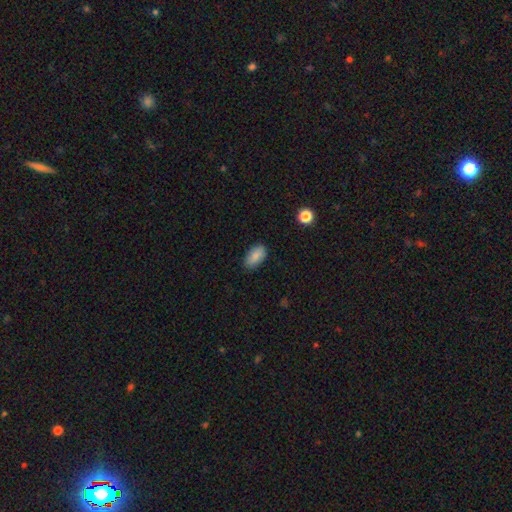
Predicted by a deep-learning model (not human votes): Q: Smooth or featured?
A: smooth (85%); runner-up: featured or disk (8%)
Q: How rounded?
A: in between (93%); runner-up: round (4%)
Q: Merging?
A: none (84%); runner-up: minor disturbance (13%)